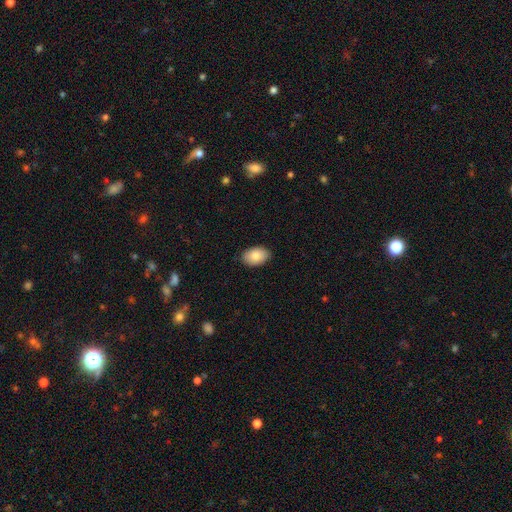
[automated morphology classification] Smooth or featured? smooth (83%)
How rounded? in between (90%)
Merging? none (88%)